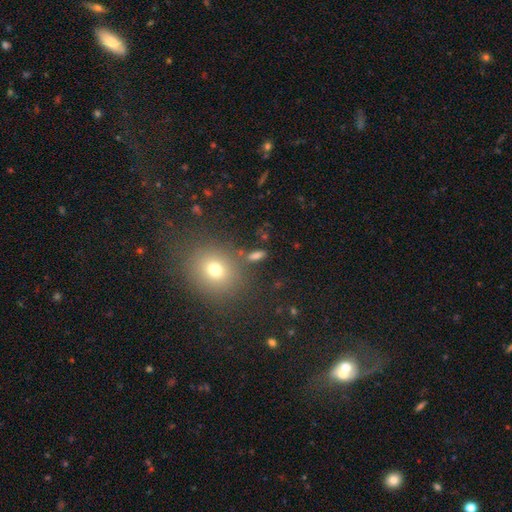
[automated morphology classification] smooth-or-featured: smooth: 72% | star or artifact: 18% | featured or disk: 10%
  how-rounded: in between: 64% | round: 20% | cigar-shaped: 16%
  merging: none: 80% | minor disturbance: 10% | merger: 6% | major disturbance: 4%